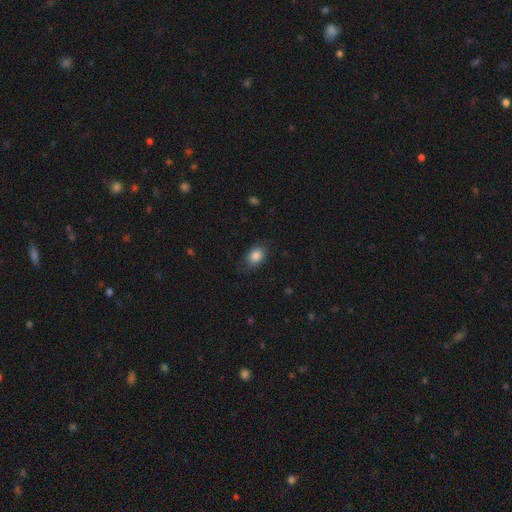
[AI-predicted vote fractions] A smooth galaxy with no disk features (86%) that is in between round and cigar-shaped (72%). Merging: none (78%).